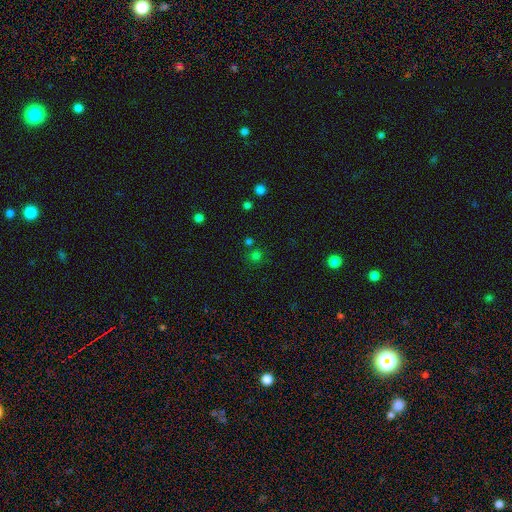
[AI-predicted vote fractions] Smooth or featured? Predicted: smooth (p=0.64). How rounded? Predicted: round (p=0.89). Merging? Predicted: none (p=0.74).